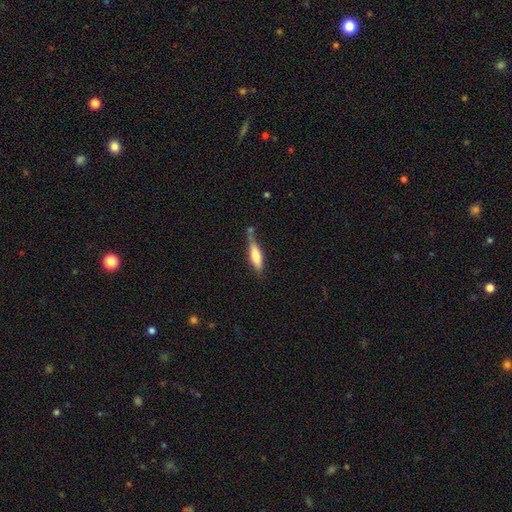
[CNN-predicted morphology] Q: Smooth or featured?
A: smooth (67%); runner-up: featured or disk (27%)
Q: How rounded?
A: cigar-shaped (61%); runner-up: in between (37%)
Q: Merging?
A: none (52%); runner-up: minor disturbance (27%)